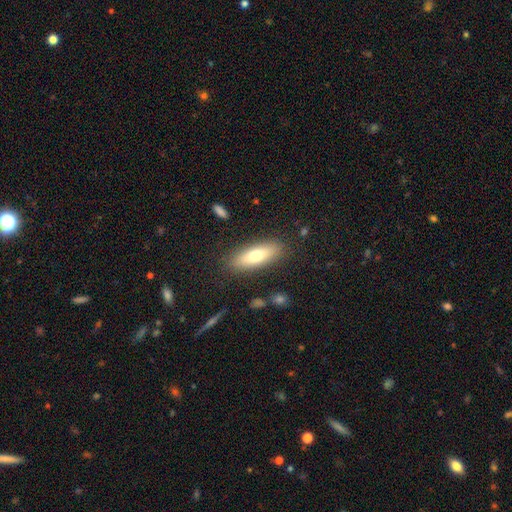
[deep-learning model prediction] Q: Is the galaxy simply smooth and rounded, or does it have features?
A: smooth — 69%.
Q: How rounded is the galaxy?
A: in between — 56%.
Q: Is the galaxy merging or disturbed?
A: none — 86%.